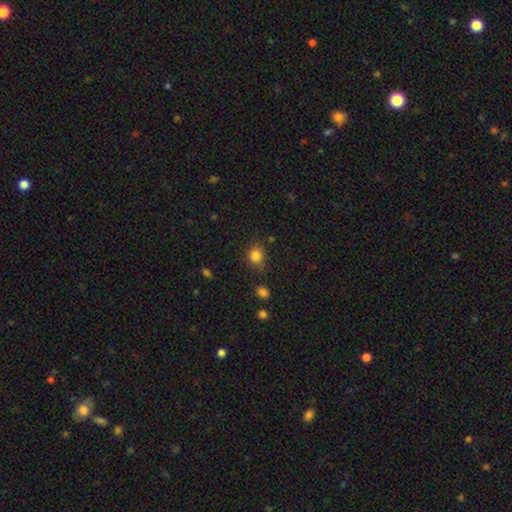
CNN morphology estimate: Overall: smooth (83%). How rounded: round (82%). Merging: none (73%).